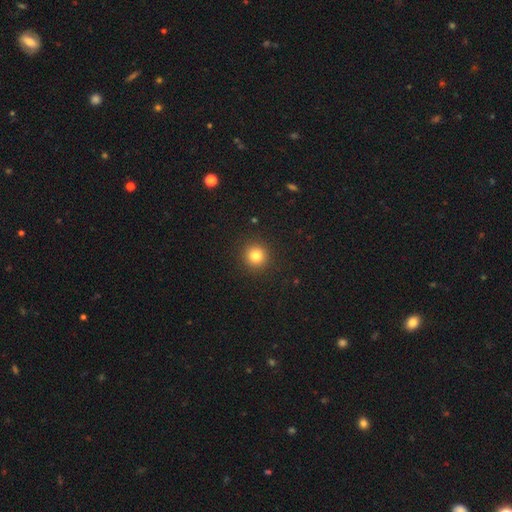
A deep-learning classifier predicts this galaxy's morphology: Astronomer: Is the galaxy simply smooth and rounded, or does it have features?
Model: smooth — 81%.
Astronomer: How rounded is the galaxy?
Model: round — 94%.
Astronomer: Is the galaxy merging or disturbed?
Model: none — 92%.